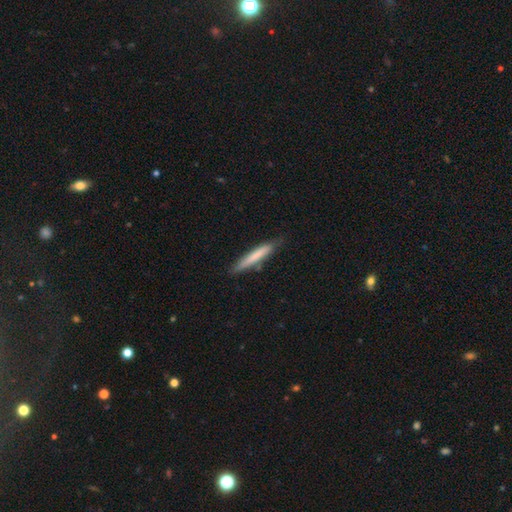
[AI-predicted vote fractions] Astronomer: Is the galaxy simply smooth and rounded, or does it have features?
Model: smooth — 72%.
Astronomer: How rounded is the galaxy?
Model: cigar-shaped — 94%.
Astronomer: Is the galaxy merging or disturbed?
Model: none — 80%.